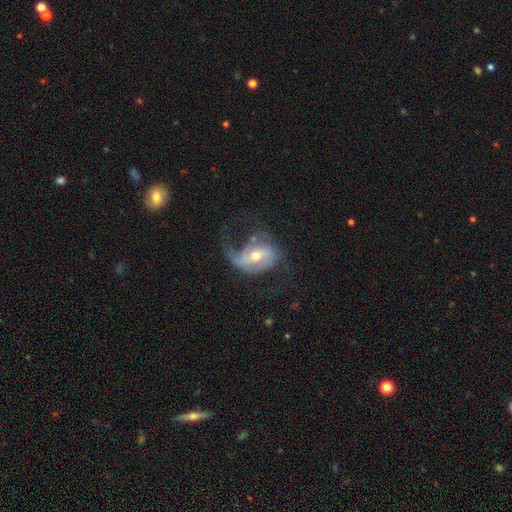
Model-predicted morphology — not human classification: The model was most divided on "bar": weak: 43%, no: 33%, strong: 24%. Remaining: edge-on disk — no (97%); spiral arms — yes (90%); smooth or featured — featured or disk (77%); spiral arm count — 2 (64%); bulge size — moderate (60%); spiral winding — loose (53%); merging — none (43%).